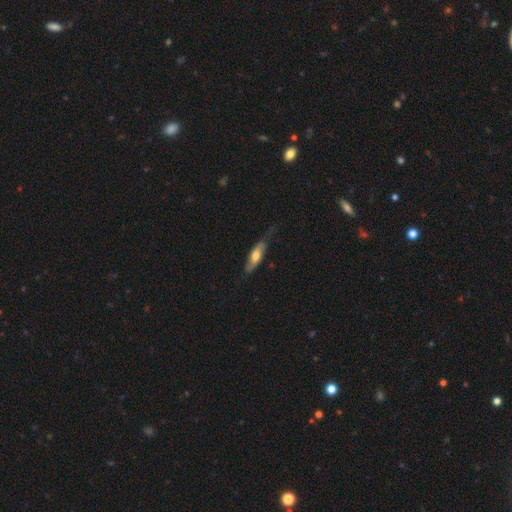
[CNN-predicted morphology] A smooth galaxy with no disk features (51%) that is in between round and cigar-shaped (55%).

Vote fractions:
- Smooth or featured? smooth: 51% / featured or disk: 43% / star or artifact: 6%
- How rounded? in between: 55% / cigar-shaped: 43% / round: 3%
- Merging? none: 56% / minor disturbance: 30% / major disturbance: 12% / merger: 2%